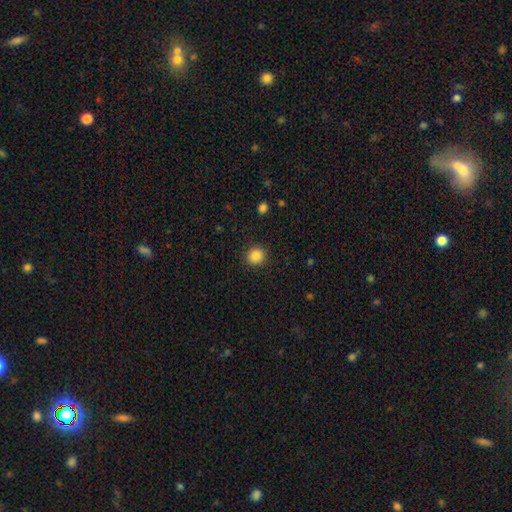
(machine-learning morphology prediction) smooth-or-featured: smooth: 87% | star or artifact: 10% | featured or disk: 4%
  how-rounded: round: 85% | in between: 14% | cigar-shaped: 1%
  merging: none: 90% | minor disturbance: 7% | major disturbance: 2% | merger: 1%